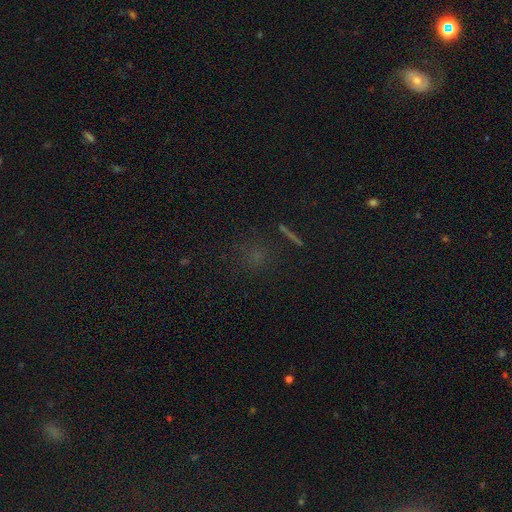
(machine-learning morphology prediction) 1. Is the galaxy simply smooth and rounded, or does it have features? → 44% star or artifact, 41% smooth, 15% featured or disk.